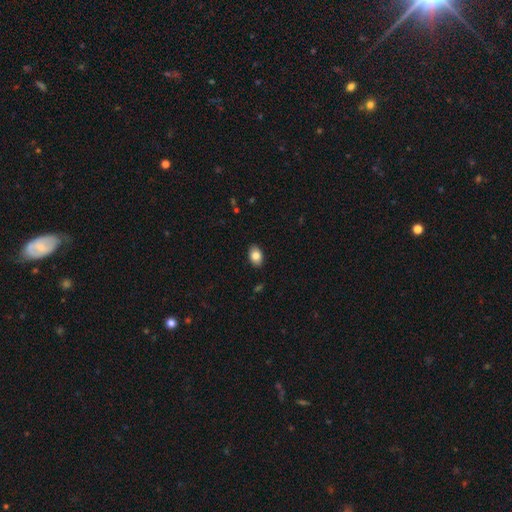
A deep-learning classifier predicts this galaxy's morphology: smooth_or_featured: smooth (p=0.83) [alt: featured or disk p=0.09]
how_rounded: in between (p=0.85) [alt: round p=0.14]
merging: none (p=0.88) [alt: minor disturbance p=0.09]